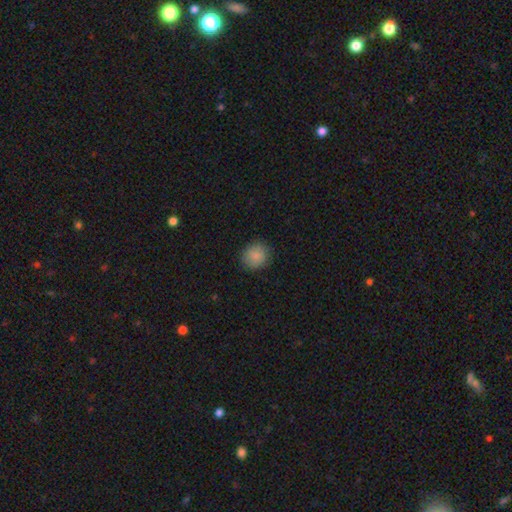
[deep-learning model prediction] Morphology: type=smooth (86%); roundness=round (81%); merging=none (86%).